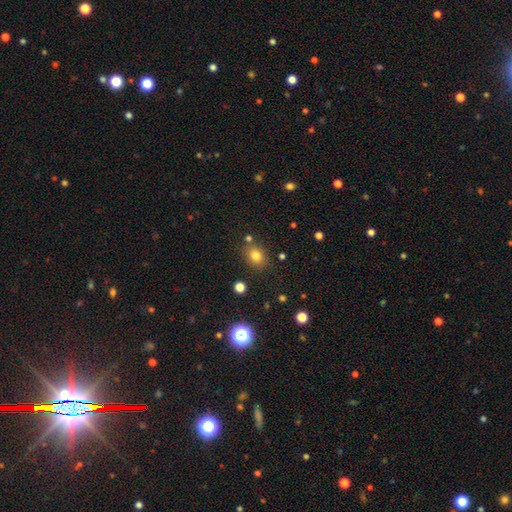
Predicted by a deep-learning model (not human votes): The model was most divided on "how rounded": round: 57%, in between: 42%, cigar-shaped: 1%. More confident: smooth or featured — smooth (79%); merging — none (78%).